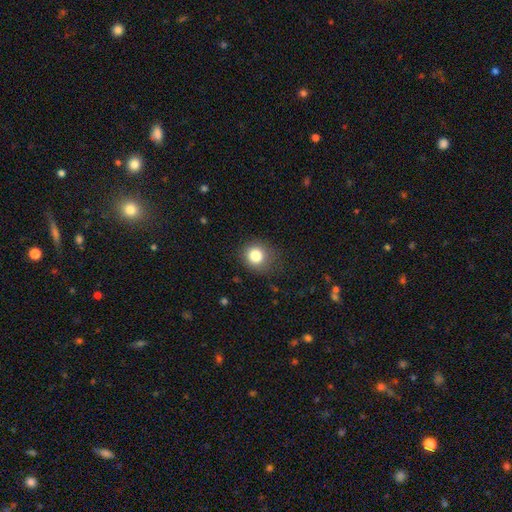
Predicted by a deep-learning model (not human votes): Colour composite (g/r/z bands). It shows a smooth galaxy with no disk features (82%) that is round (82%). Merging: none (76%).